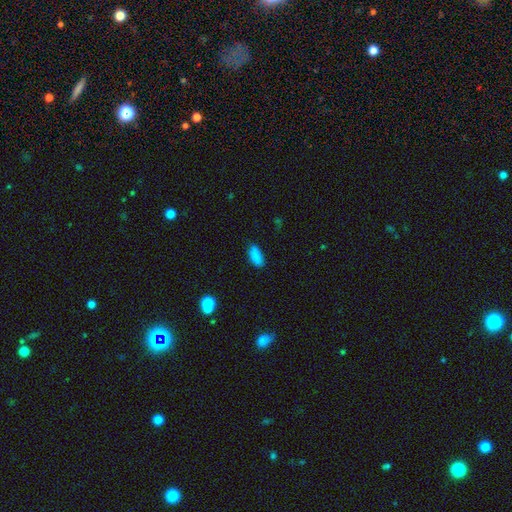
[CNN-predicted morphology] type=smooth (88%); roundness=in between (82%); merging=none (84%).